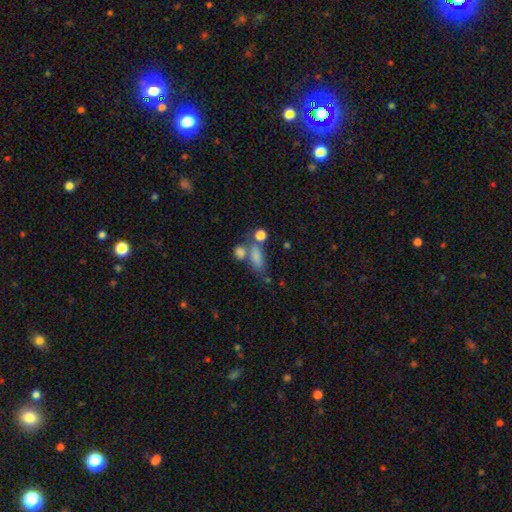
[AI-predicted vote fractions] The model was most divided on "merging": none: 46%, merger: 29%, minor disturbance: 15%, major disturbance: 9%. More confident: smooth or featured — smooth (77%); how rounded — in between (73%).